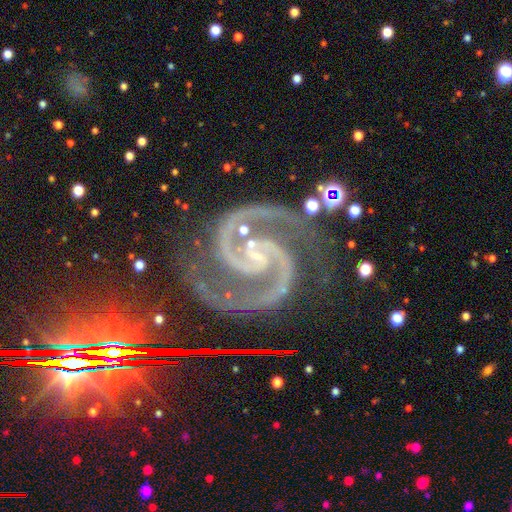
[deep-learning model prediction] Q: Smooth or featured?
A: featured or disk (94%); runner-up: star or artifact (5%)
Q: Edge-on disk?
A: no (99%); runner-up: yes (1%)
Q: Bar?
A: no (42%); runner-up: weak (32%)
Q: Spiral arms?
A: yes (99%); runner-up: no (1%)
Q: Spiral winding?
A: medium (56%); runner-up: tight (38%)
Q: Spiral arm count?
A: 2 (93%); runner-up: 3 (2%)
Q: Bulge size?
A: small (75%); runner-up: none (17%)
Q: Merging?
A: none (73%); runner-up: minor disturbance (16%)